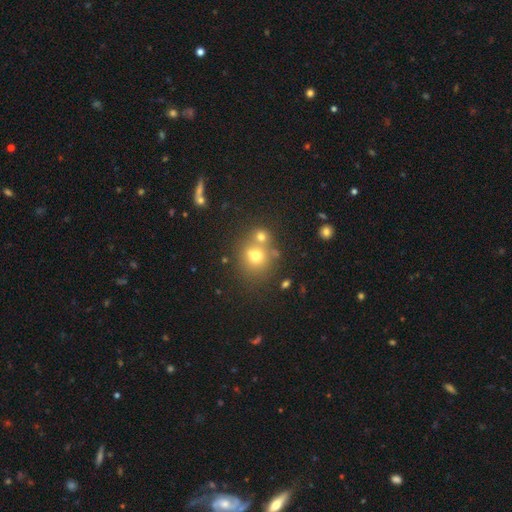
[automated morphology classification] The model was most divided on "merging": none: 52%, merger: 34%, minor disturbance: 10%, major disturbance: 4%. More confident: how rounded — round (79%); smooth or featured — smooth (68%).